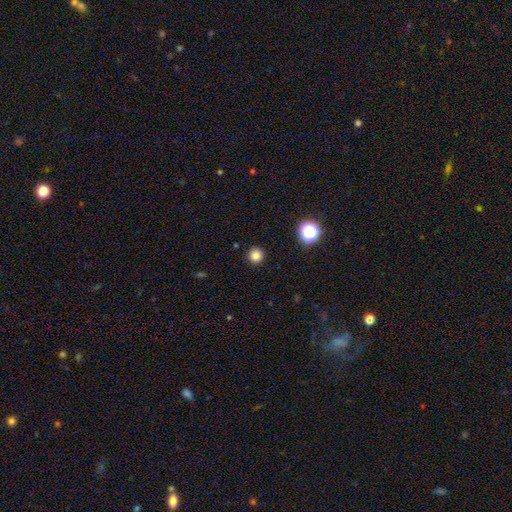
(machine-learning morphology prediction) smooth-or-featured: smooth: 83% | star or artifact: 14% | featured or disk: 3%
  how-rounded: round: 95% | in between: 4% | cigar-shaped: 1%
  merging: none: 92% | minor disturbance: 5% | major disturbance: 2% | merger: 1%